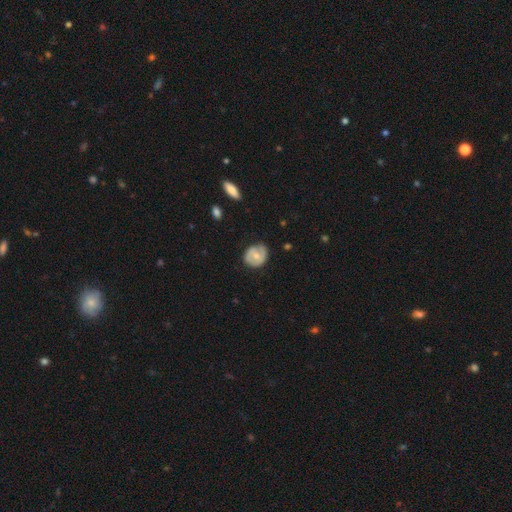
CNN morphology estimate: A featured or disk galaxy (52%) with no bar (57%), spiral arms (60%) and a moderate central bulge (52%). Merging: none (67%).